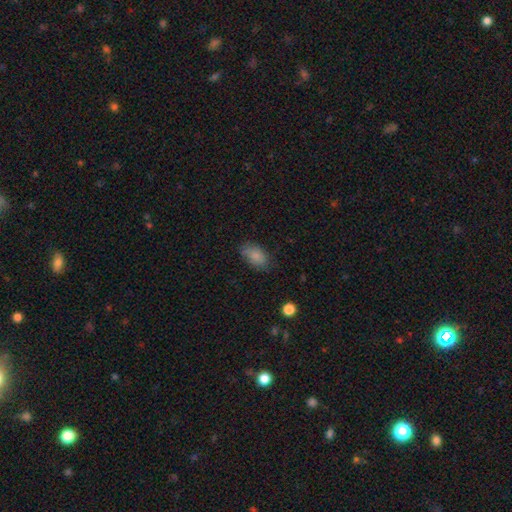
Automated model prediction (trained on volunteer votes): Smooth or featured? Predicted: smooth (p=0.85). How rounded? Predicted: in between (p=0.91). Merging? Predicted: none (p=0.76).